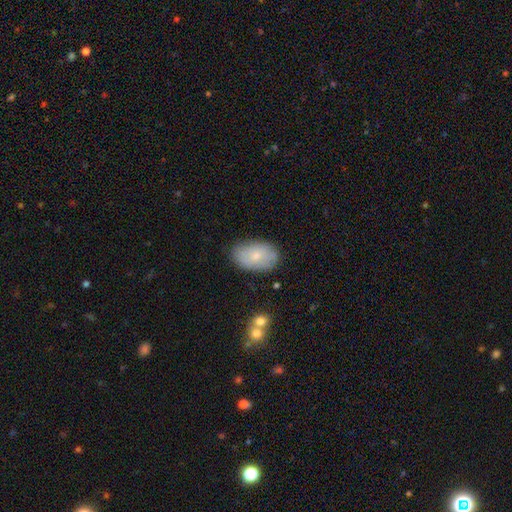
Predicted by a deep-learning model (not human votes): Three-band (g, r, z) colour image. It shows a smooth galaxy with no disk features (72%) that is in between round and cigar-shaped (91%). Merging: none (78%).